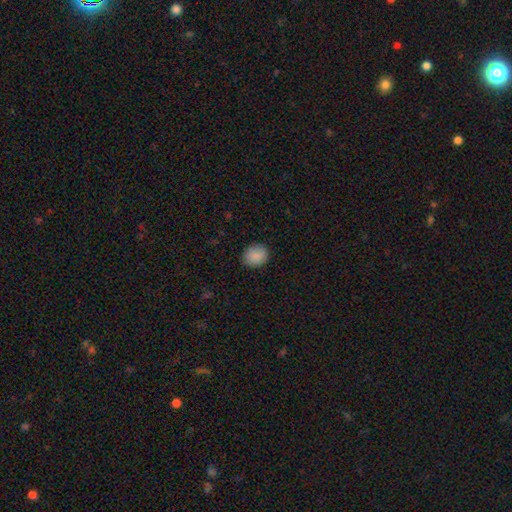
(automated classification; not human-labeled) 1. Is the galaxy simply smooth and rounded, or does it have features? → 89% smooth, 8% star or artifact, 3% featured or disk.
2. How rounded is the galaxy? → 69% round, 30% in between, 1% cigar-shaped.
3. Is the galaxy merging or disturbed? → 88% none, 9% minor disturbance, 2% major disturbance, 1% merger.